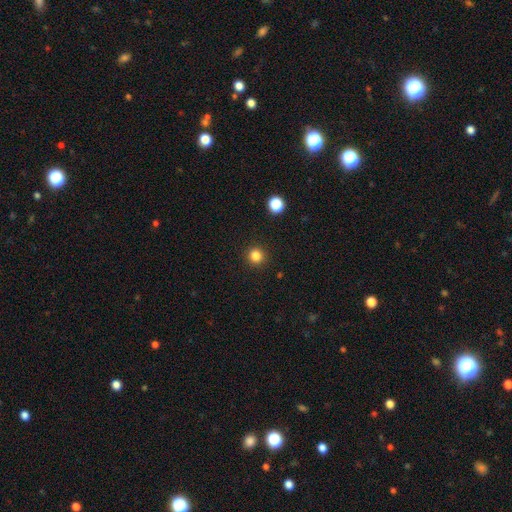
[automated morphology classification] This is clearly a smooth galaxy (84%). How rounded: clearly round (94%). Merging: clearly none (92%).